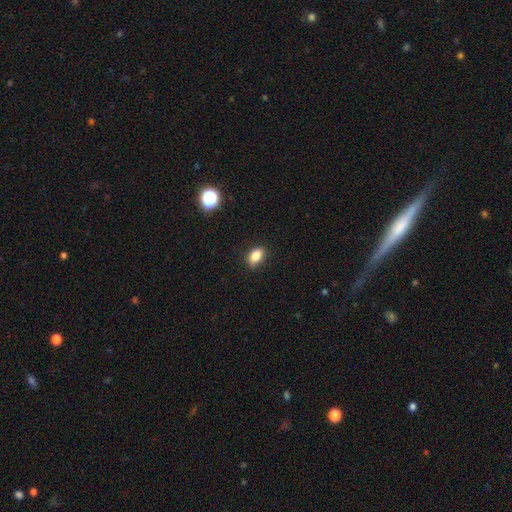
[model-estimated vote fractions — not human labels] smooth 84%, star or artifact 10%, featured or disk 6%. Down the decision tree: how rounded — in between (84%); merging — none (85%).